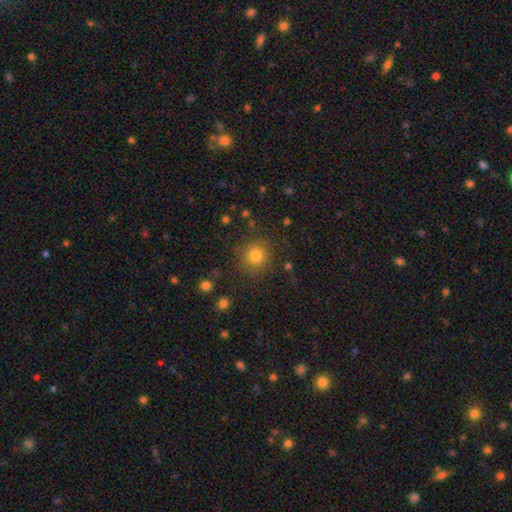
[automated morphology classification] Q: Smooth or featured?
A: smooth (80%); runner-up: star or artifact (14%)
Q: How rounded?
A: round (92%); runner-up: in between (7%)
Q: Merging?
A: none (85%); runner-up: minor disturbance (9%)